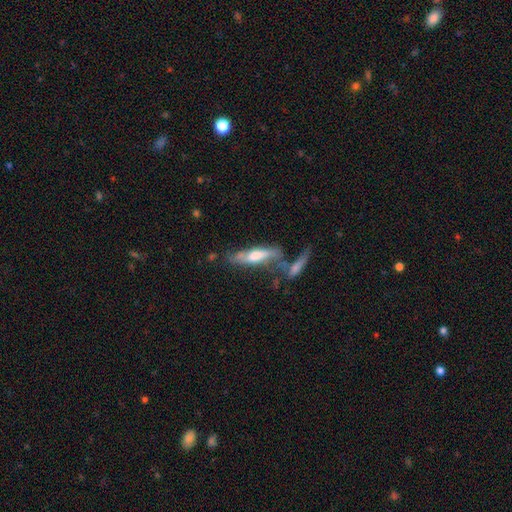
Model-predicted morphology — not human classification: This appears to be a featured or disk galaxy (49%). Merging: none (40%).